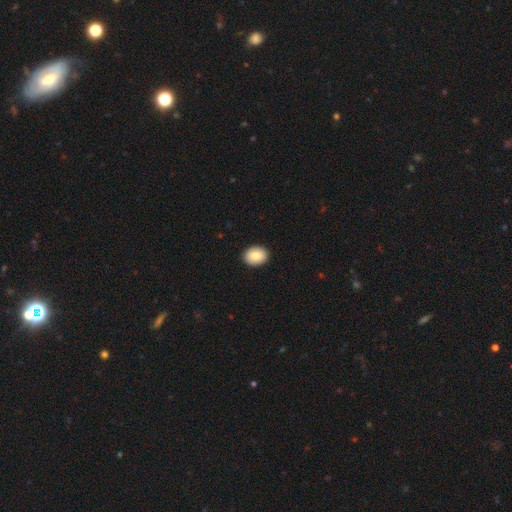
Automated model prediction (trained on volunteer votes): Smooth or featured: smooth — 83% (featured or disk — 10%)
How rounded: in between — 63% (round — 36%)
Merging: none — 91% (minor disturbance — 6%)